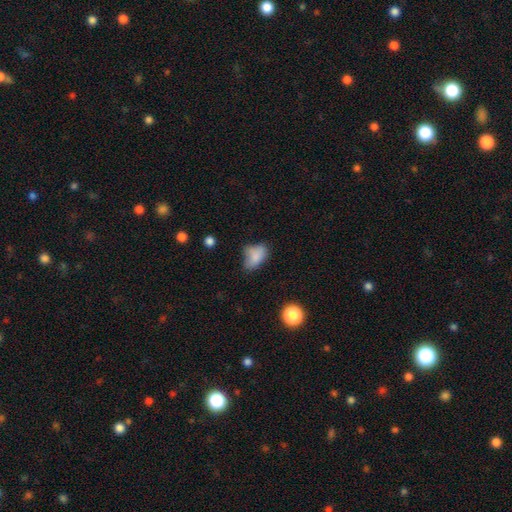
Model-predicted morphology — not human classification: Smooth or featured? Predicted: smooth (p=0.78). How rounded? Predicted: in between (p=0.85). Merging? Predicted: none (p=0.42).